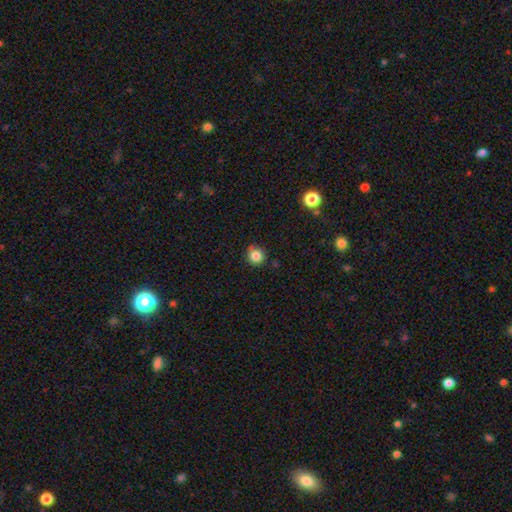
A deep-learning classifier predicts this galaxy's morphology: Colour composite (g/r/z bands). It shows a smooth galaxy with no disk features (84%) that is round (92%). Merging: none (80%).